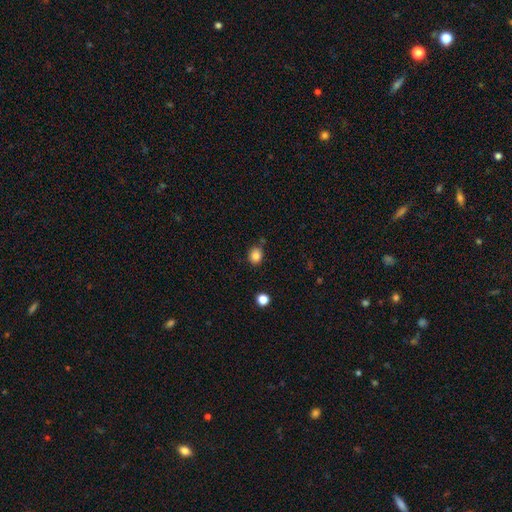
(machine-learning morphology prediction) This is clearly a smooth galaxy (85%). How rounded: possibly round (58%). Merging: likely none (77%).